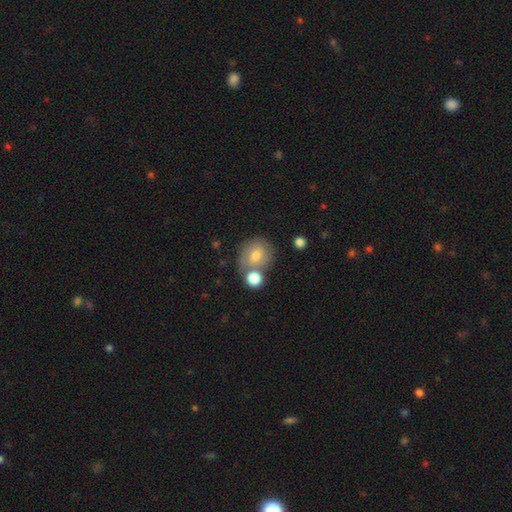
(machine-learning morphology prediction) smooth_or_featured: smooth (p=0.70) [alt: featured or disk p=0.22]
how_rounded: round (p=0.75) [alt: in between p=0.24]
merging: none (p=0.45) [alt: merger p=0.35]